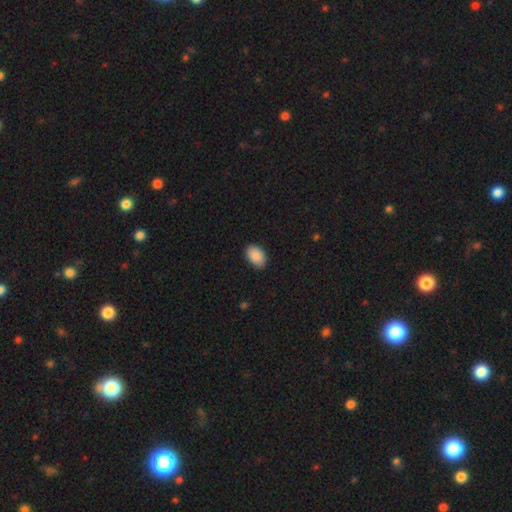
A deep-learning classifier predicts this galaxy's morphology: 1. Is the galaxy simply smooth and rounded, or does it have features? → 90% smooth, 7% star or artifact, 3% featured or disk.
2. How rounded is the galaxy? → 90% in between, 9% round, 1% cigar-shaped.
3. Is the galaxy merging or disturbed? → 88% none, 10% minor disturbance, 2% major disturbance, 1% merger.